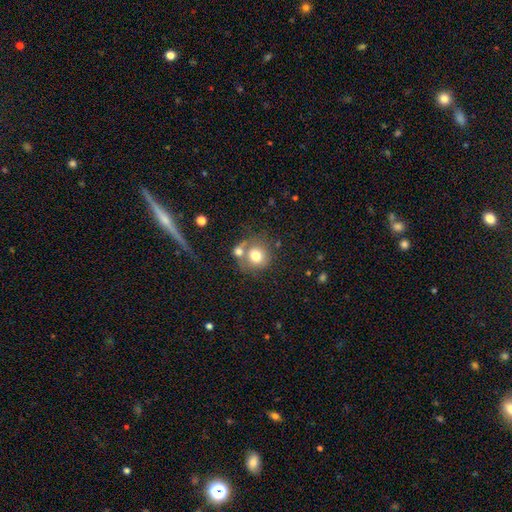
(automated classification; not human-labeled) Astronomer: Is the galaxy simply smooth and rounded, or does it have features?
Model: smooth — 74%.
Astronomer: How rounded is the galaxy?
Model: round — 85%.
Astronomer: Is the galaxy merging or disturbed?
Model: none — 49% (runner-up: merger, 34%).